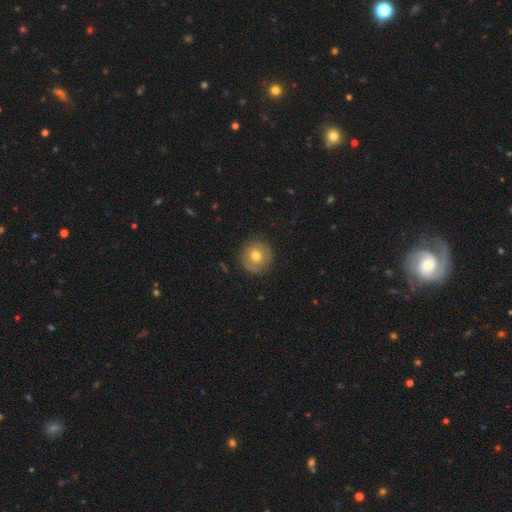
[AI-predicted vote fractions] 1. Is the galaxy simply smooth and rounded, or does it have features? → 67% smooth, 24% featured or disk, 9% star or artifact.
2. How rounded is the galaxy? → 95% round, 4% in between, 1% cigar-shaped.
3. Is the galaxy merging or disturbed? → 88% none, 8% minor disturbance, 2% major disturbance, 1% merger.